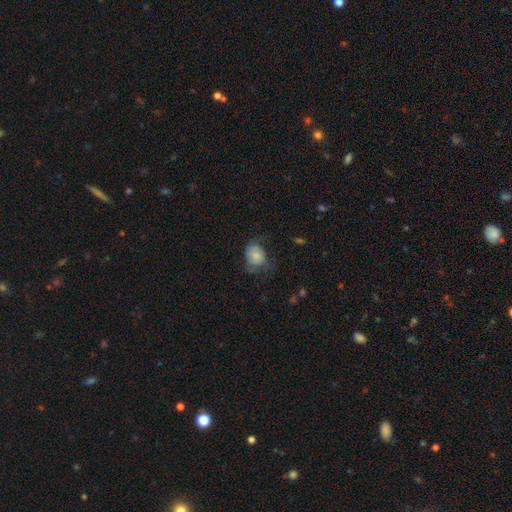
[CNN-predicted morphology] The model was most divided on "how rounded": round: 50%, in between: 49%, cigar-shaped: 1%. Remaining: smooth or featured — smooth (70%); merging — none (47%).